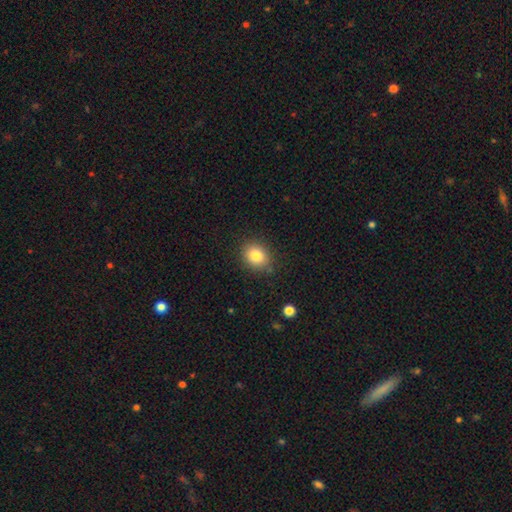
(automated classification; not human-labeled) smooth 82%, star or artifact 11%, featured or disk 8%. Down the decision tree: how rounded — round (65%); merging — none (84%).